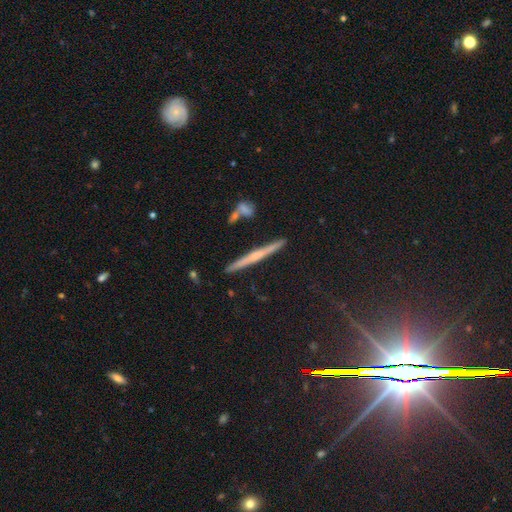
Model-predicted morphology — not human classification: Overall: featured or disk (62%; smooth 27%). Edge-on disk: yes (97%). Edge-on bulge: rounded (52%; none 40%). Merging: none (87%).